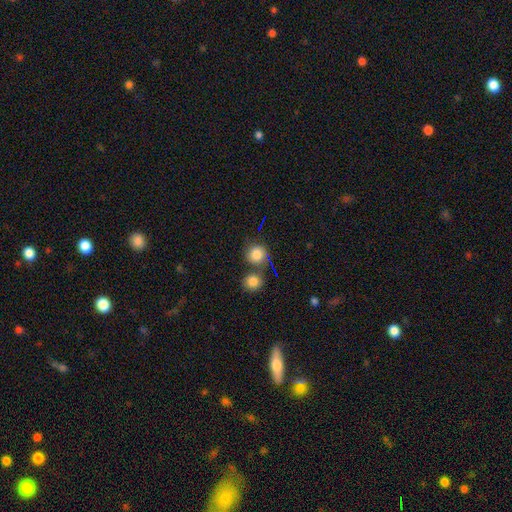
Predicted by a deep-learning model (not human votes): A smooth galaxy with no disk features (81%) that is round (87%). Merging: none (55%).